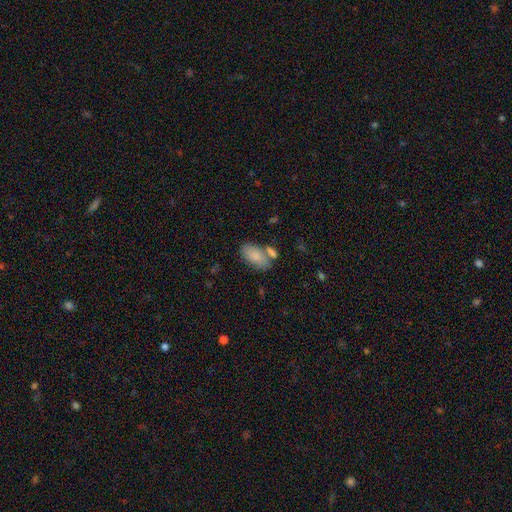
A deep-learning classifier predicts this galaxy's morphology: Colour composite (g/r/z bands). It shows a smooth galaxy with no disk features (82%) that is in between round and cigar-shaped (93%). Merging: none (54%).